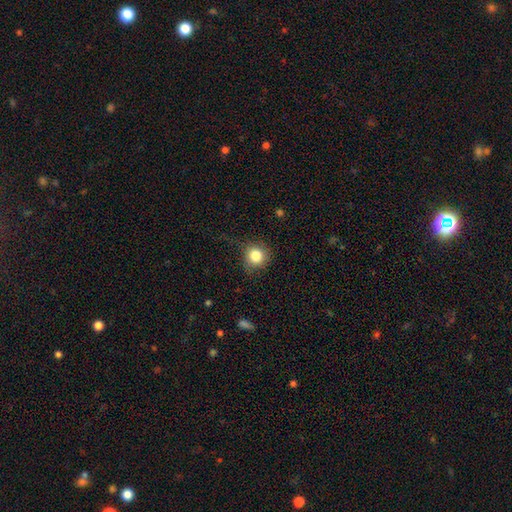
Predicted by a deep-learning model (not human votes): Overall: smooth (83%). How rounded: round (90%). Merging: none (72%).